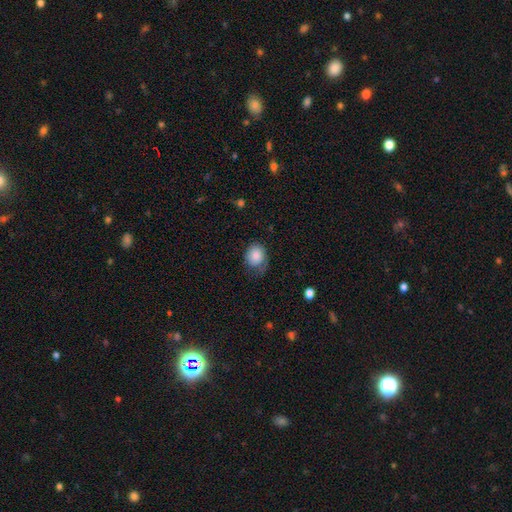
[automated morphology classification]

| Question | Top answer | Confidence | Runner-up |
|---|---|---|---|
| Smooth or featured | smooth | 85% | star or artifact (8%) |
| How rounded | round | 59% | in between (40%) |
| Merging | none | 50% | minor disturbance (33%) |